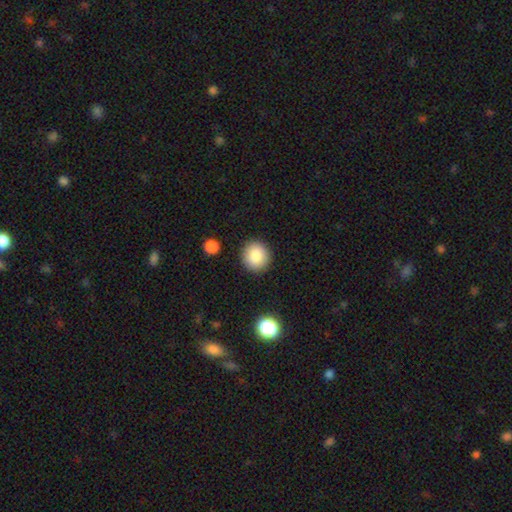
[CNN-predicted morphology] A smooth galaxy with no disk features (85%) that is round (91%). Merging: none (90%).